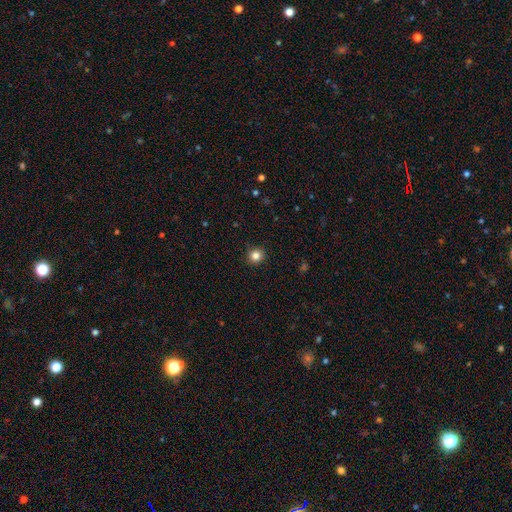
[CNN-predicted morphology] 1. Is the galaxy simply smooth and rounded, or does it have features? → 83% smooth, 12% star or artifact, 5% featured or disk.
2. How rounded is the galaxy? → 92% round, 7% in between, 1% cigar-shaped.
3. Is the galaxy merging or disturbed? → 91% none, 6% minor disturbance, 2% major disturbance, 1% merger.